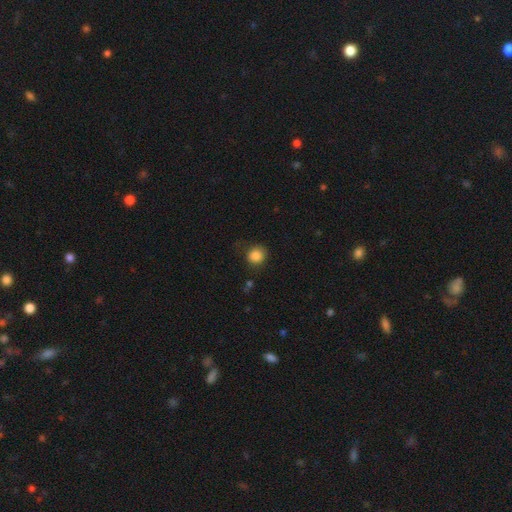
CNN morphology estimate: smooth 86%, star or artifact 10%, featured or disk 4%. Down the decision tree: how rounded — round (86%); merging — none (76%).